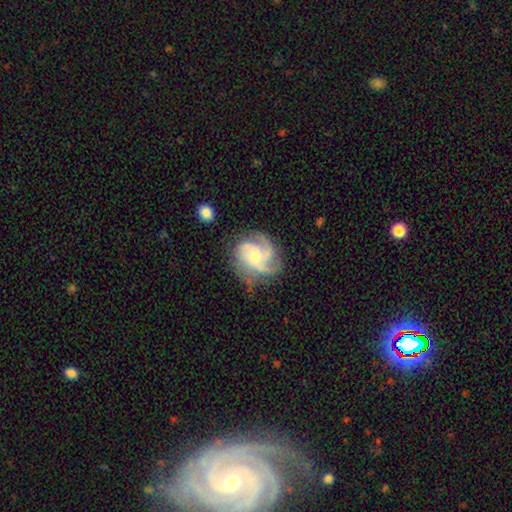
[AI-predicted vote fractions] smooth_or_featured: featured or disk (p=0.87) [alt: smooth p=0.08]
disk_edge_on: no (p=0.98) [alt: yes p=0.02]
bar: no (p=0.72) [alt: weak p=0.24]
has_spiral_arms: yes (p=0.98) [alt: no p=0.02]
spiral_winding: medium (p=0.51) [alt: tight p=0.35]
spiral_arm_count: 3 (p=0.65) [alt: 4 p=0.12]
bulge_size: small (p=0.63) [alt: moderate p=0.31]
merging: none (p=0.66) [alt: minor disturbance p=0.21]